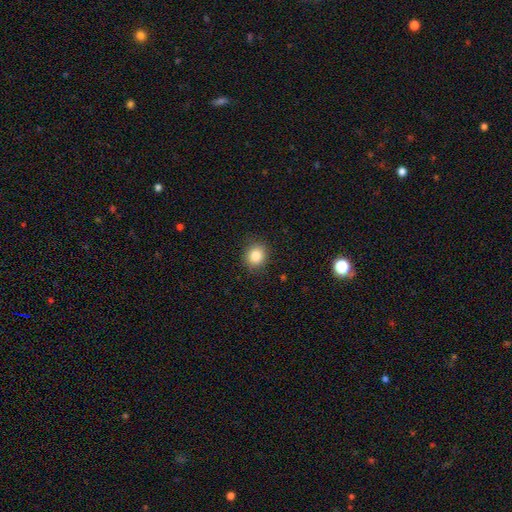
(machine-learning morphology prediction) This appears to be a smooth galaxy with no disk features (85%) that is round (75%). Merging: none (88%).